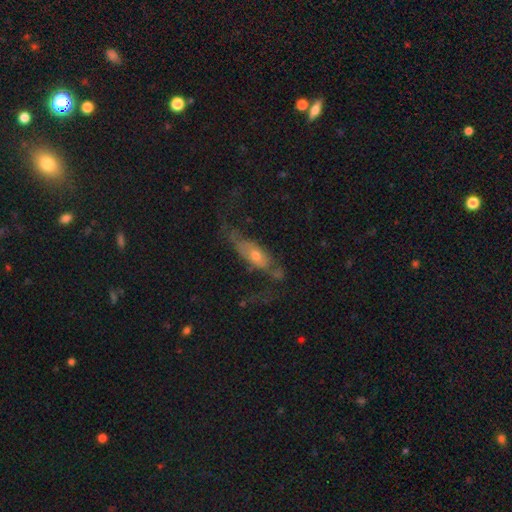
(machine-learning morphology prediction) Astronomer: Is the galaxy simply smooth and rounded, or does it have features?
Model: featured or disk — 57% (runner-up: smooth, 34%).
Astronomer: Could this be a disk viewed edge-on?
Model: no — 62% (runner-up: yes, 38%).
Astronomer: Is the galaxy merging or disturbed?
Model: none — 42% (runner-up: major disturbance, 29%).